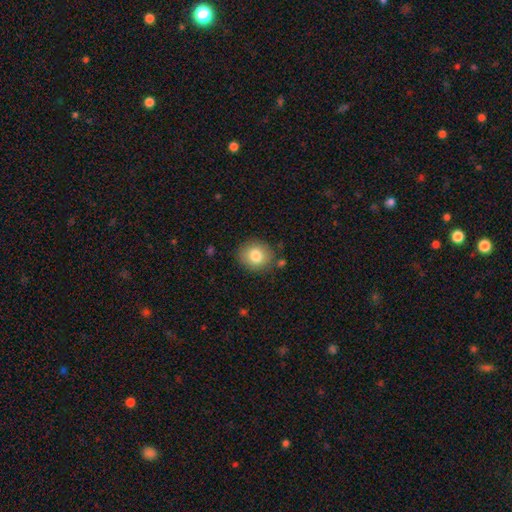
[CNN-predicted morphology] type=smooth (81%); roundness=round (77%); merging=none (84%).